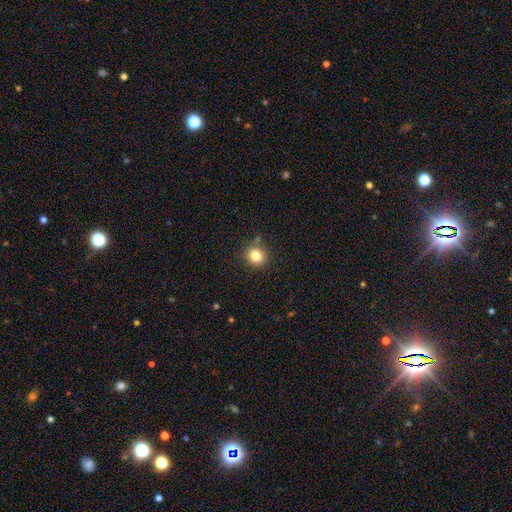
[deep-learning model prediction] Smooth or featured? Predicted: smooth (p=0.82). How rounded? Predicted: round (p=0.82). Merging? Predicted: none (p=0.83).